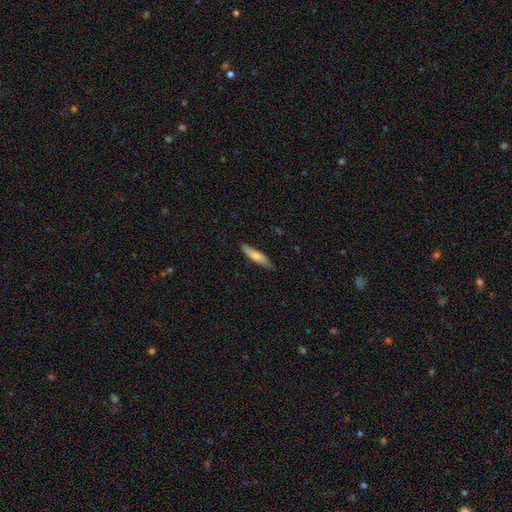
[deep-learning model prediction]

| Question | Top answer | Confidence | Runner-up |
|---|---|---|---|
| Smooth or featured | smooth | 68% | featured or disk (26%) |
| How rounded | cigar-shaped | 78% | in between (21%) |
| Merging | none | 83% | minor disturbance (14%) |